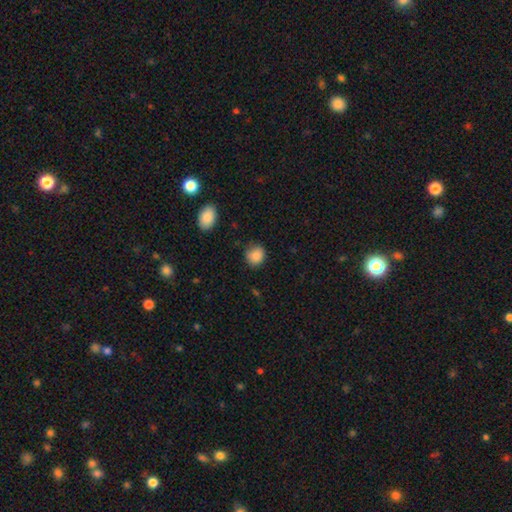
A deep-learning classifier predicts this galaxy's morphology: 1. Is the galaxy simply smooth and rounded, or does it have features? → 87% smooth, 9% star or artifact, 4% featured or disk.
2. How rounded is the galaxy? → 77% round, 22% in between, 1% cigar-shaped.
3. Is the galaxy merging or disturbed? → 79% none, 16% minor disturbance, 3% major disturbance, 2% merger.